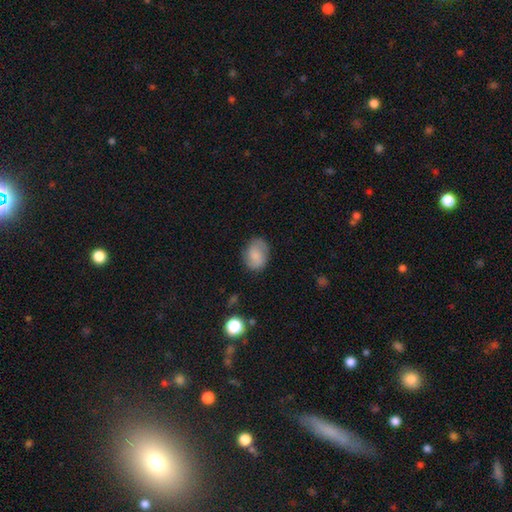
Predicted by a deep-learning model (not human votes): A smooth galaxy with no disk features (70%) that is in between round and cigar-shaped (64%). Merging: none (75%).